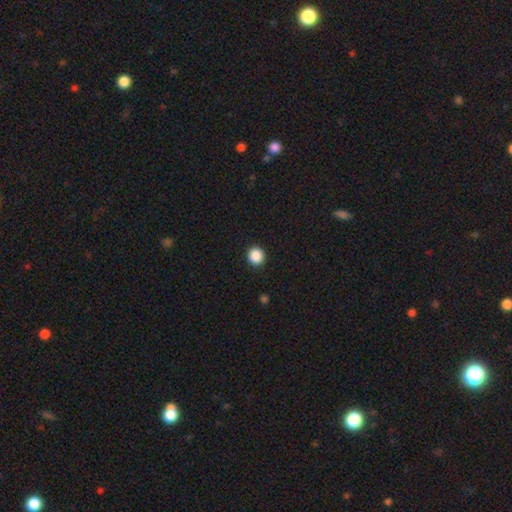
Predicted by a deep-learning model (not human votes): A smooth galaxy with no disk features (88%) that is round (92%).

Vote fractions:
- Smooth or featured? smooth: 88% / star or artifact: 10% / featured or disk: 2%
- How rounded? round: 92% / in between: 7% / cigar-shaped: 1%
- Merging? none: 92% / minor disturbance: 5% / major disturbance: 2% / merger: 1%